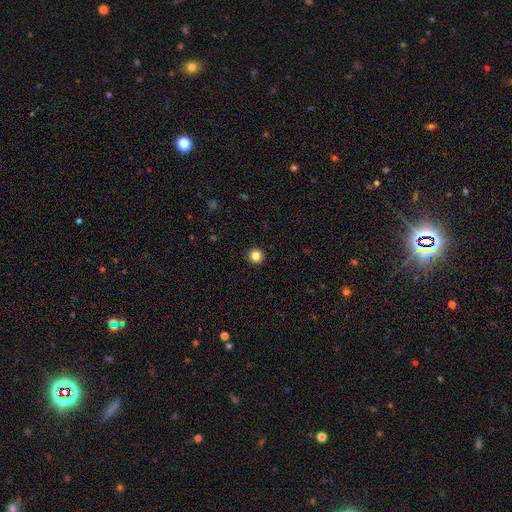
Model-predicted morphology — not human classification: Q: Smooth or featured?
A: smooth (84%); runner-up: star or artifact (11%)
Q: How rounded?
A: round (95%); runner-up: in between (5%)
Q: Merging?
A: none (93%); runner-up: minor disturbance (4%)